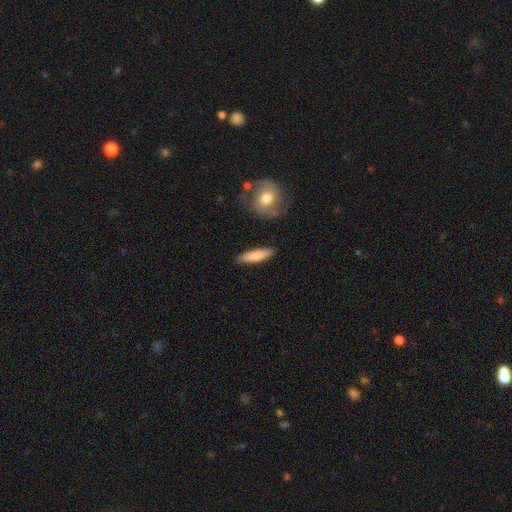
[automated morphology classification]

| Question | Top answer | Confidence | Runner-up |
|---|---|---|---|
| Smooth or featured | smooth | 80% | featured or disk (15%) |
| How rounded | cigar-shaped | 70% | in between (28%) |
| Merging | none | 85% | minor disturbance (10%) |